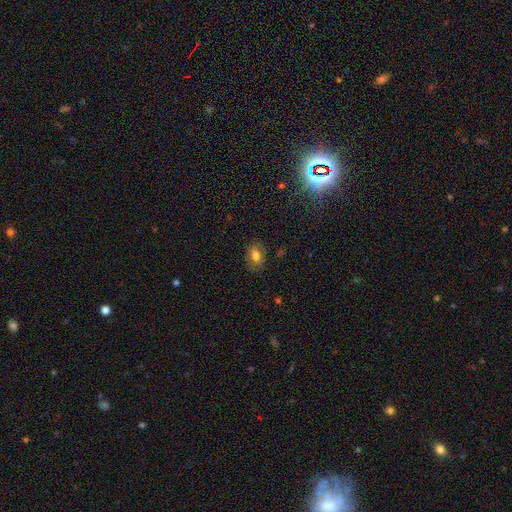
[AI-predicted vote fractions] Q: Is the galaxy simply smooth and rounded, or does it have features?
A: smooth — 77%.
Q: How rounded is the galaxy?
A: in between — 80%.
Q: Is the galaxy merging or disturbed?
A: none — 81%.